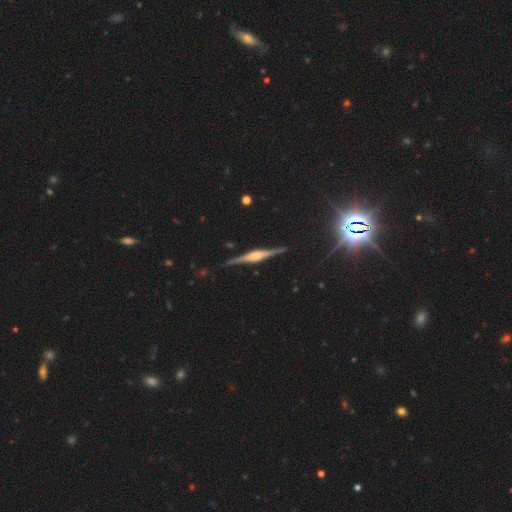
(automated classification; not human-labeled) smooth_or_featured: featured or disk (p=0.85) [alt: smooth p=0.09]
disk_edge_on: yes (p=0.98) [alt: no p=0.02]
edge_on_bulge: rounded (p=0.63) [alt: boxy p=0.33]
merging: none (p=0.90) [alt: minor disturbance p=0.08]